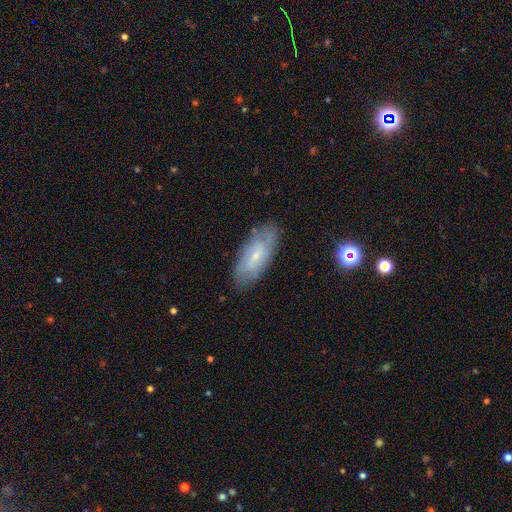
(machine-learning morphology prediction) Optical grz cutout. It shows a featured or disk galaxy (59%) with no bar (46%), spiral arms (79%) and a small central bulge (73%). Merging: none (79%).